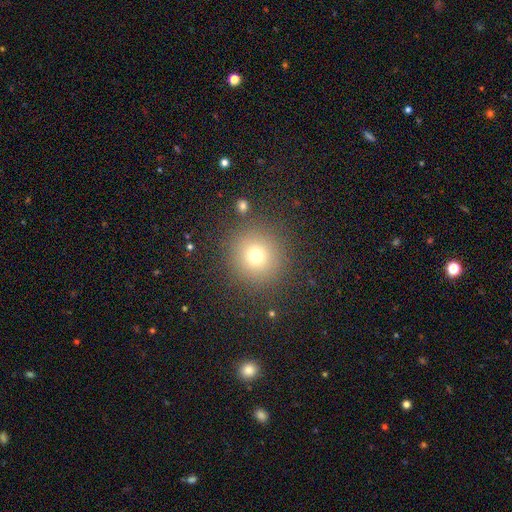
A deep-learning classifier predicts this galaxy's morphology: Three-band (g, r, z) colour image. It shows a smooth galaxy with no disk features (73%) that is round (94%). Merging: none (88%).